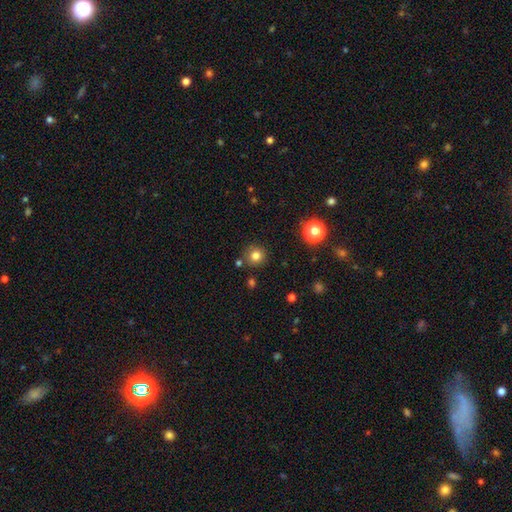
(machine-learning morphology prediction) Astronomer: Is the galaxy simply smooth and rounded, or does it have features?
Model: smooth — 80%.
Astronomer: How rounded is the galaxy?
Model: round — 93%.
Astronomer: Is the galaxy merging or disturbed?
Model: none — 85%.